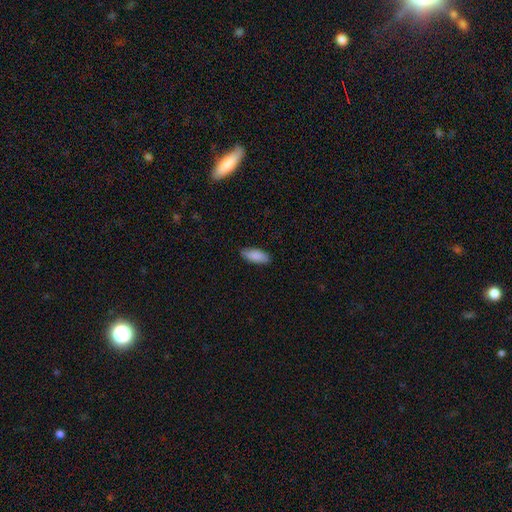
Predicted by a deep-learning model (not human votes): A smooth galaxy with no disk features (87%) that is in between round and cigar-shaped (81%). Merging: none (87%).